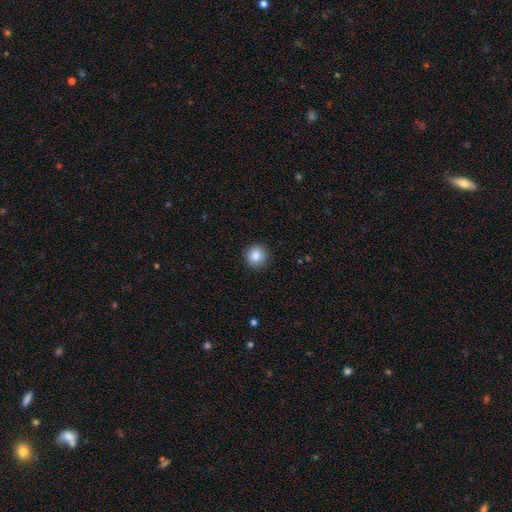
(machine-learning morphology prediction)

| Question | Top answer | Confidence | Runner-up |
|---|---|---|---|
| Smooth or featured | smooth | 86% | star or artifact (10%) |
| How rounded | round | 91% | in between (8%) |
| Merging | none | 90% | minor disturbance (7%) |